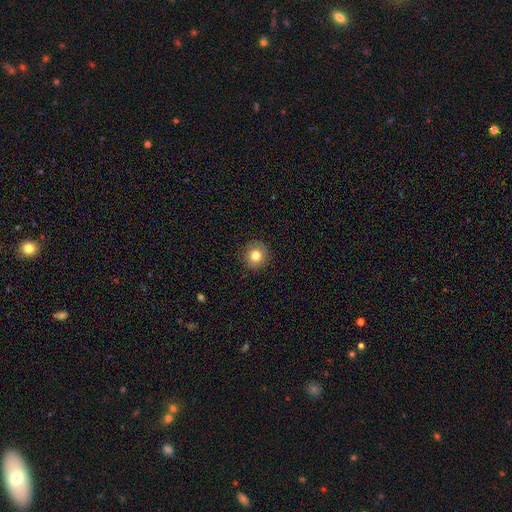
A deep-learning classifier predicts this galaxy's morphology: This appears to be a smooth galaxy with no disk features (78%) that is round (91%). Merging: none (89%).